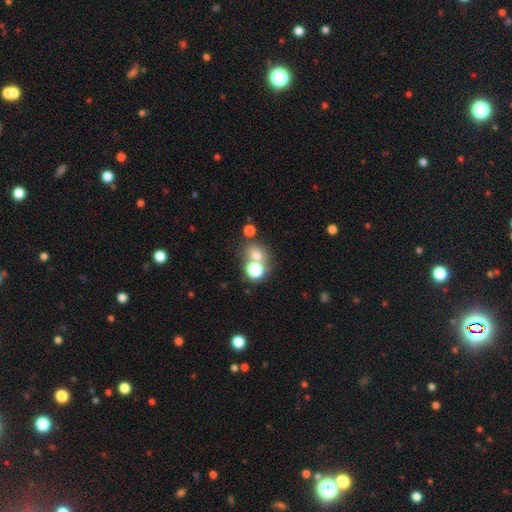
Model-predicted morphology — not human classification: Smooth or featured? Predicted: smooth (p=0.66). How rounded? Predicted: round (p=0.70). Merging? Predicted: none (p=0.57).